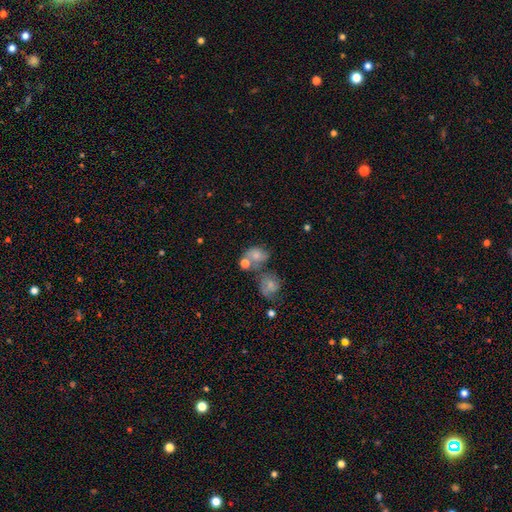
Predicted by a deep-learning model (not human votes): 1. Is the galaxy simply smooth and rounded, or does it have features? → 65% smooth, 24% featured or disk, 11% star or artifact.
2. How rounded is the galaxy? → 49% round (tied), 49% in between (tied), 1% cigar-shaped.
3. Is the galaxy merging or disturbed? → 39% merger, 32% none, 17% minor disturbance, 11% major disturbance.